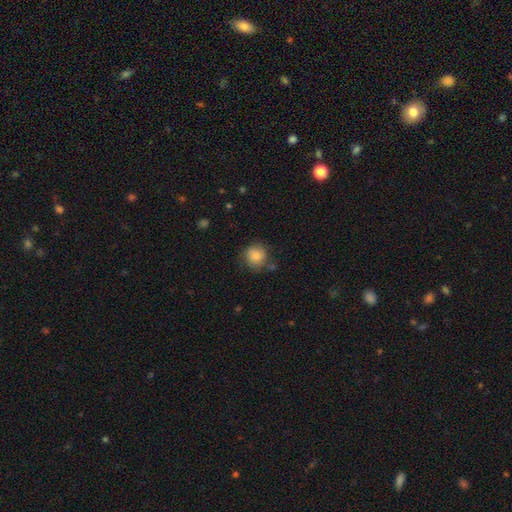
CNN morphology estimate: Smooth or featured: smooth — 84% (star or artifact — 8%)
How rounded: round — 86% (in between — 13%)
Merging: none — 69% (minor disturbance — 20%)